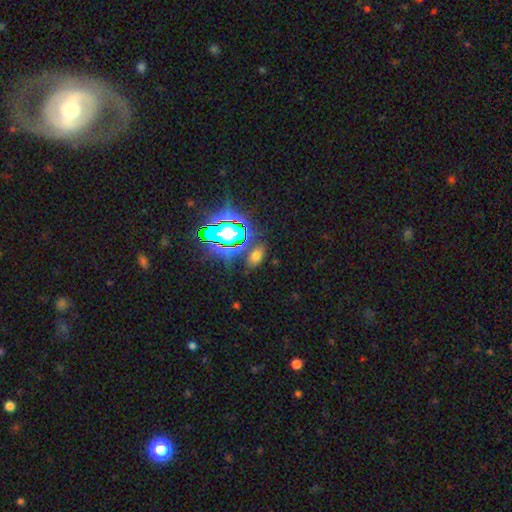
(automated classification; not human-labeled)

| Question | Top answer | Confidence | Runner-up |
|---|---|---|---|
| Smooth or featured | smooth | 56% | star or artifact (33%) |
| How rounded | in between | 87% | round (9%) |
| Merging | none | 79% | minor disturbance (12%) |